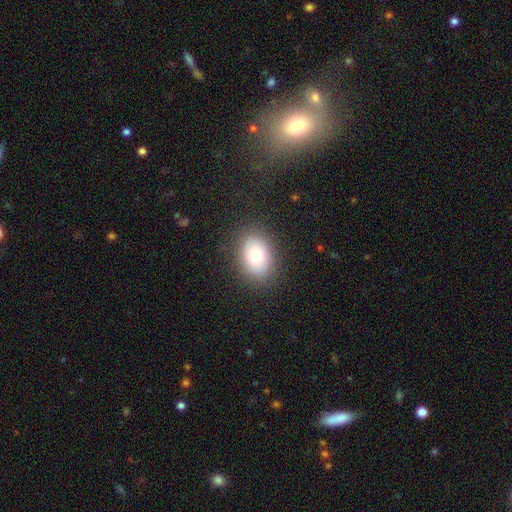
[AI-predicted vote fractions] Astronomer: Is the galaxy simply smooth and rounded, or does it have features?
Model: smooth — 73%.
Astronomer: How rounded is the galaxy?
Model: in between — 67%.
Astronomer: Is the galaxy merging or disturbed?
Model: none — 85%.